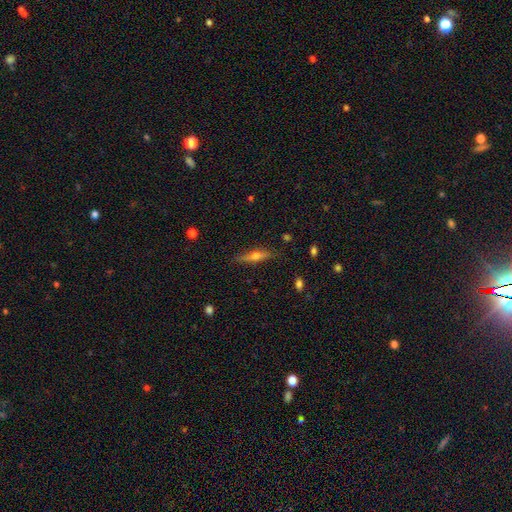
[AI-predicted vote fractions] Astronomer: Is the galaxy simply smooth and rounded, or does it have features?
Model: featured or disk — 49% (runner-up: smooth, 44%).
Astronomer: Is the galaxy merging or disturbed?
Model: none — 84%.